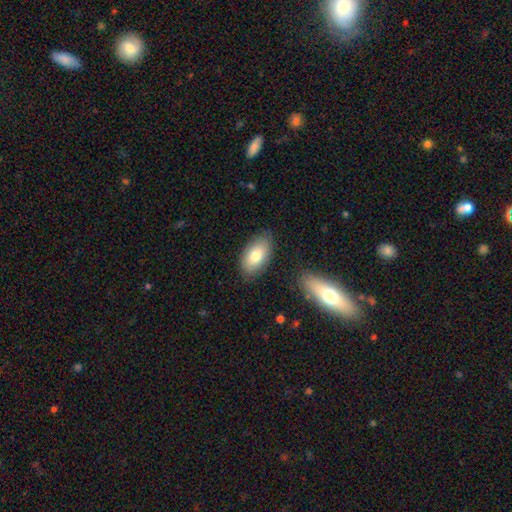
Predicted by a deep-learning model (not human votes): smooth 78%, featured or disk 15%, star or artifact 7%. Down the decision tree: how rounded — in between (94%); merging — none (81%).